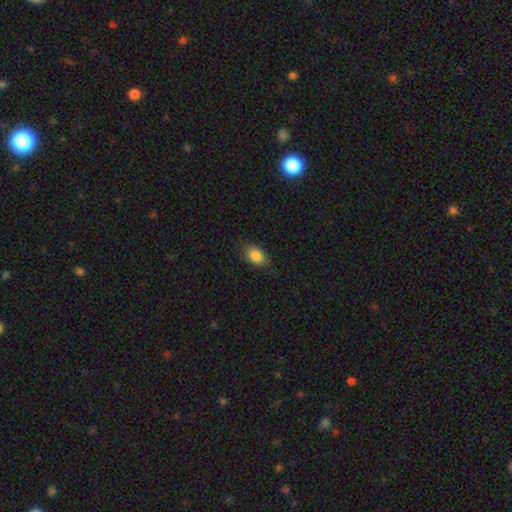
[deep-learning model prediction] Smooth or featured? Predicted: smooth (p=0.85). How rounded? Predicted: in between (p=0.77). Merging? Predicted: none (p=0.75).